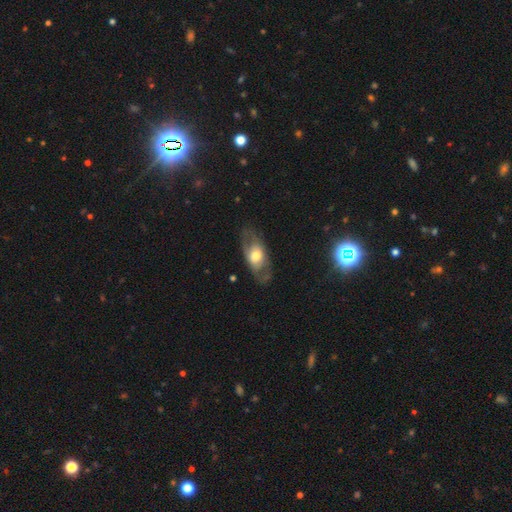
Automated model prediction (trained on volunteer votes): featured or disk 51%, smooth 43%, star or artifact 6%. Down the decision tree: edge-on disk — no (81%); merging — none (73%).